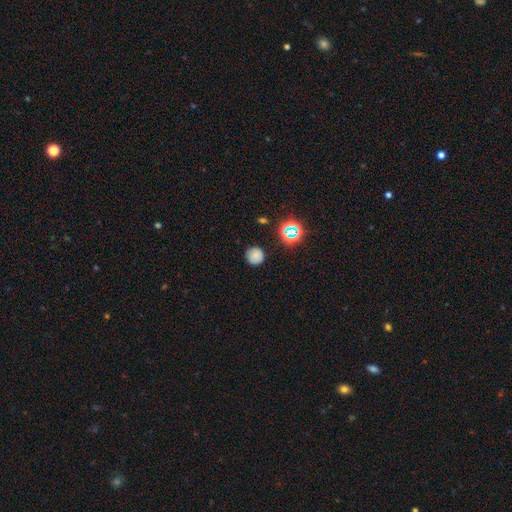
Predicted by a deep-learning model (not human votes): Smooth or featured? Predicted: smooth (p=0.73). How rounded? Predicted: round (p=0.94). Merging? Predicted: none (p=0.86).